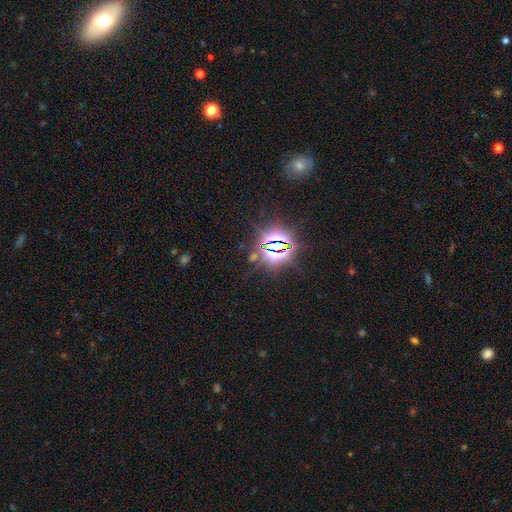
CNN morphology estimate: Smooth or featured?
  - star or artifact: 82% *
  - smooth: 11%
  - featured or disk: 8%